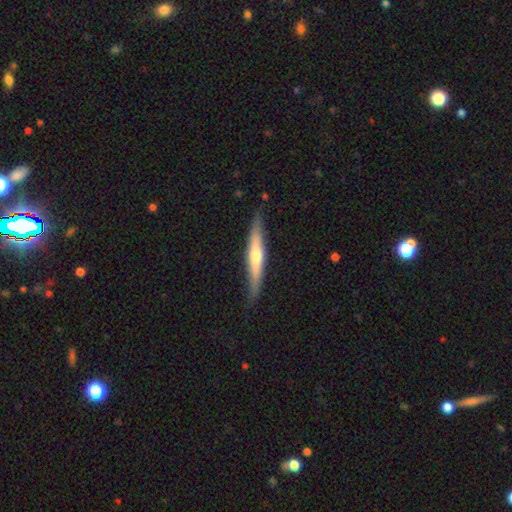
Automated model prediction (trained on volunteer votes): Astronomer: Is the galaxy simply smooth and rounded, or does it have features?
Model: featured or disk — 58% (runner-up: smooth, 37%).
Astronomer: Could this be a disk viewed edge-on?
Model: yes — 95%.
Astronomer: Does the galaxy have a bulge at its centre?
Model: rounded — 81%.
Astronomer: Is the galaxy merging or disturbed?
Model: none — 84%.